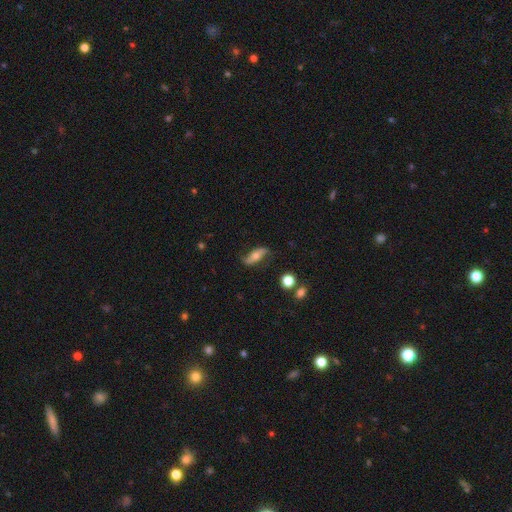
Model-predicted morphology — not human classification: smooth-or-featured: featured or disk: 63% | smooth: 29% | star or artifact: 8%
  disk-edge-on: no: 77% | yes: 23%
  merging: none: 73% | minor disturbance: 18% | major disturbance: 6% | merger: 2%